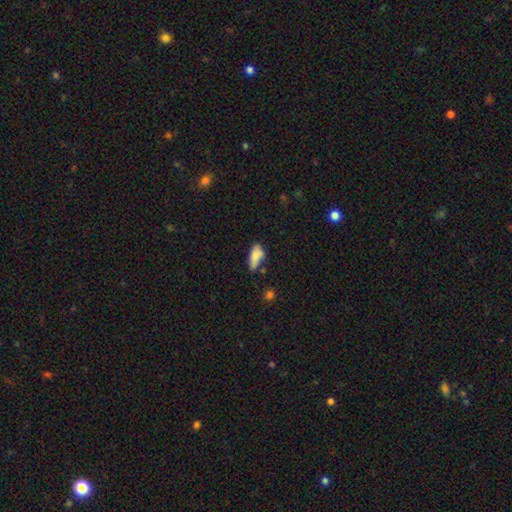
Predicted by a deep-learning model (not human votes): The model was most divided on "merging": none: 43%, minor disturbance: 32%, merger: 13%, major disturbance: 12%. More confident: how rounded — in between (80%); smooth or featured — smooth (78%).